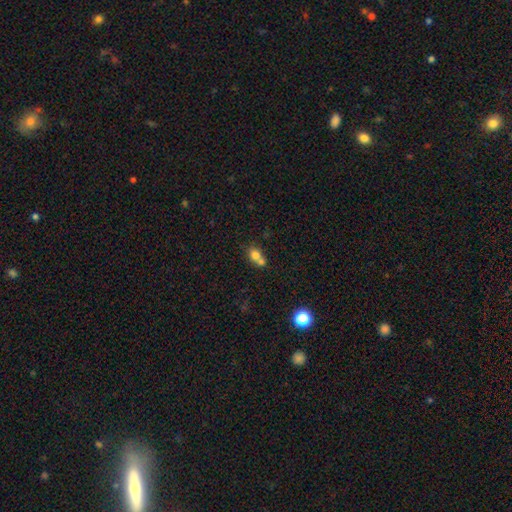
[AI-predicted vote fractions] smooth-or-featured: smooth: 74% | featured or disk: 14% | star or artifact: 12%
  how-rounded: round: 61% | in between: 38% | cigar-shaped: 1%
  merging: merger: 58% | none: 32% | minor disturbance: 8% | major disturbance: 3%